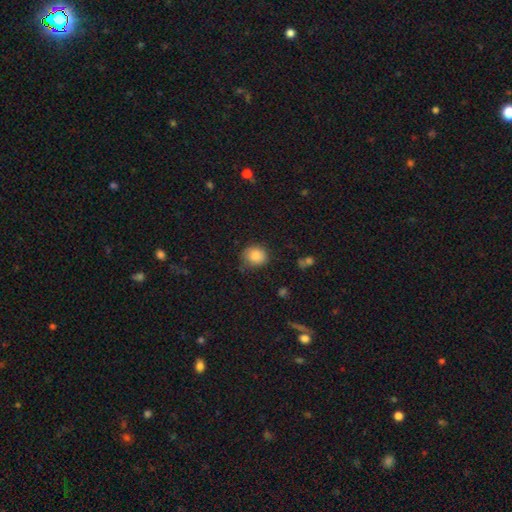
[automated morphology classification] A smooth galaxy with no disk features (86%) that is round (81%).

Vote fractions:
- Smooth or featured? smooth: 86% / star or artifact: 9% / featured or disk: 5%
- How rounded? round: 81% / in between: 18% / cigar-shaped: 1%
- Merging? none: 73% / minor disturbance: 21% / major disturbance: 5% / merger: 2%